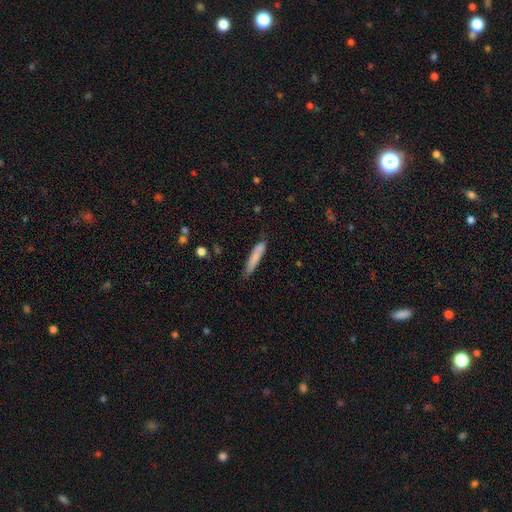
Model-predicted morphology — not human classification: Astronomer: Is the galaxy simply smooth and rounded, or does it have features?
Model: smooth — 78%.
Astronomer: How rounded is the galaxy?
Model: cigar-shaped — 91%.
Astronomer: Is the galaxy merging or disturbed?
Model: none — 76%.